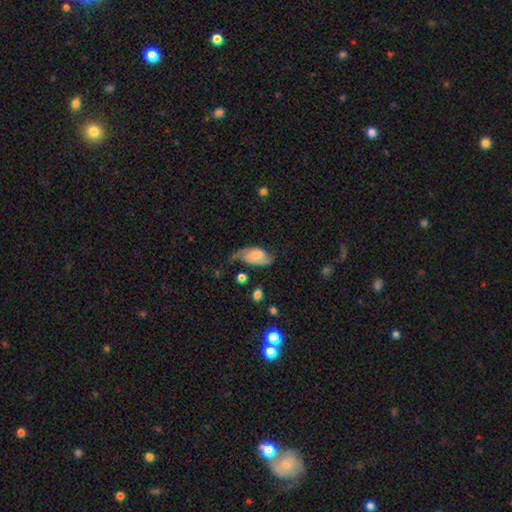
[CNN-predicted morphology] This appears to be a featured or disk galaxy (76%) with no bar (59%), 2 (87%) medium (42%) spiral arms (94%) and a small central bulge (54%). Merging: none (55%).